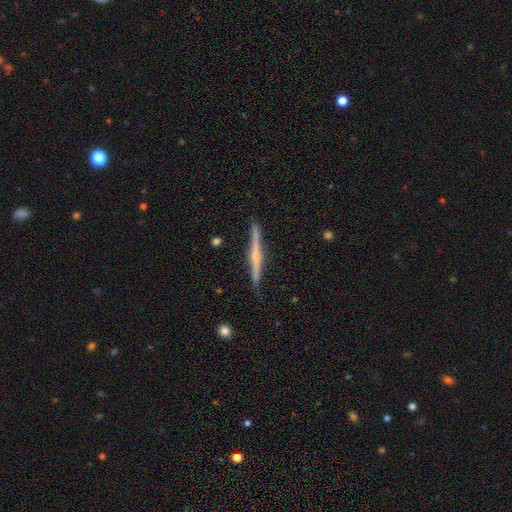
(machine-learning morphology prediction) Smooth or featured? featured or disk (71%)
Edge-on disk? yes (98%)
Edge-on bulge? rounded (56%)
Merging? none (88%)